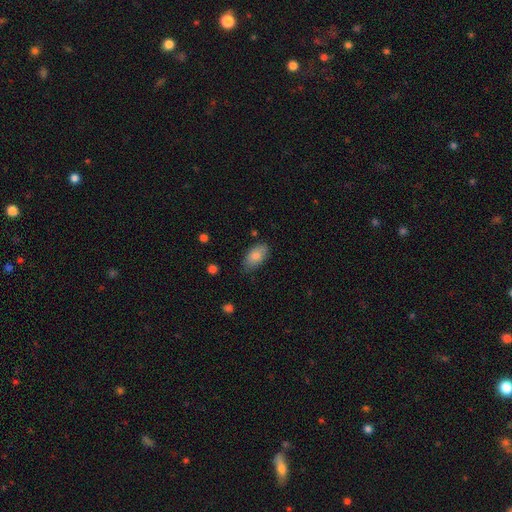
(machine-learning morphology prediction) The model was most divided on "merging": none: 78%, minor disturbance: 17%, major disturbance: 4%, merger: 1%. More confident: how rounded — in between (93%); smooth or featured — smooth (85%).